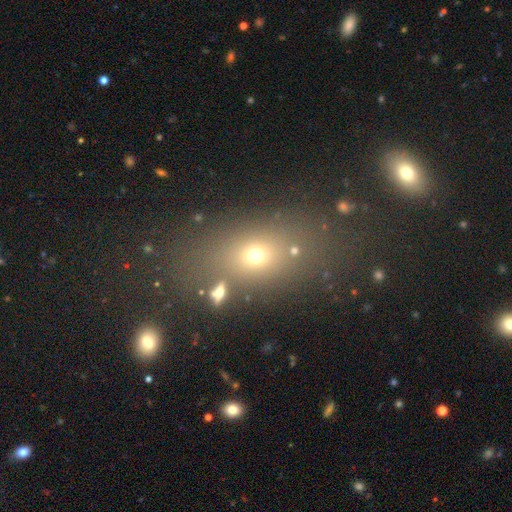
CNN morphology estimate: smooth_or_featured: smooth (p=0.62) [alt: star or artifact p=0.23]
how_rounded: in between (p=0.65) [alt: round p=0.27]
merging: none (p=0.74) [alt: minor disturbance p=0.12]